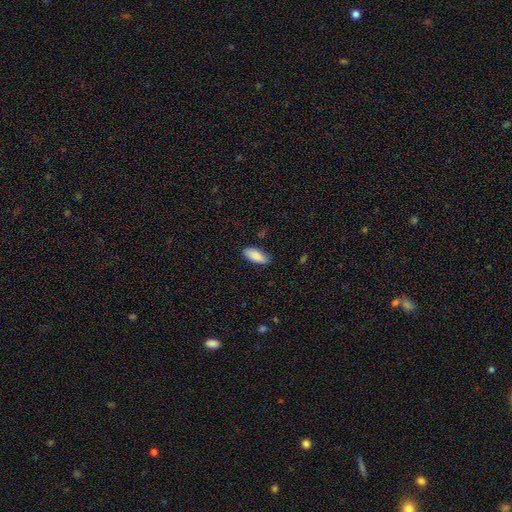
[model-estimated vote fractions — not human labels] smooth 86%, featured or disk 8%, star or artifact 6%. Down the decision tree: how rounded — in between (84%); merging — none (84%).